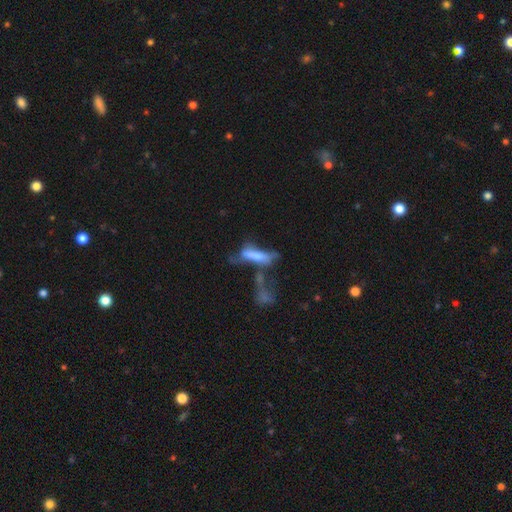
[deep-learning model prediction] Smooth or featured? Predicted: smooth (p=0.51). How rounded? Predicted: cigar-shaped (p=0.56). Merging? Predicted: merger (p=0.36).